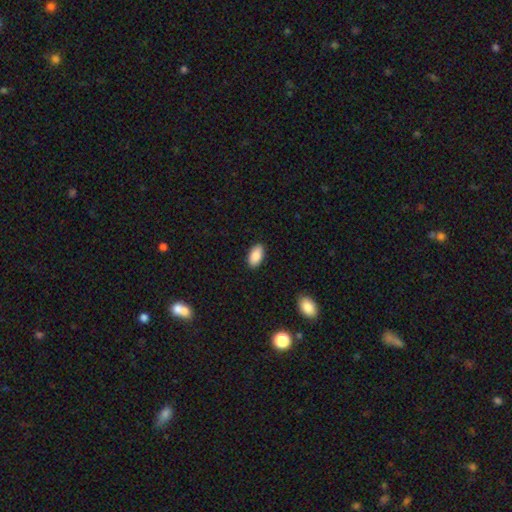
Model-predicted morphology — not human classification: Smooth or featured?
  - smooth: 89% *
  - star or artifact: 7%
  - featured or disk: 5%
How rounded?
  - in between: 94% *
  - cigar-shaped: 3%
  - round: 3%
Merging?
  - none: 89% *
  - minor disturbance: 8%
  - major disturbance: 2%
  - merger: 1%